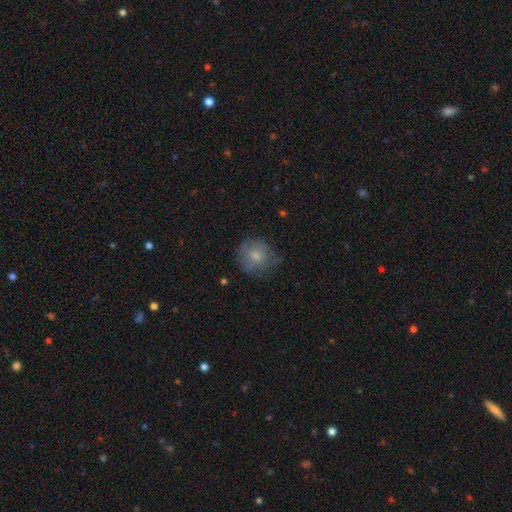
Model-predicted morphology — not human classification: Overall: smooth (69%). How rounded: round (85%). Merging: none (63%; minor disturbance 24%).